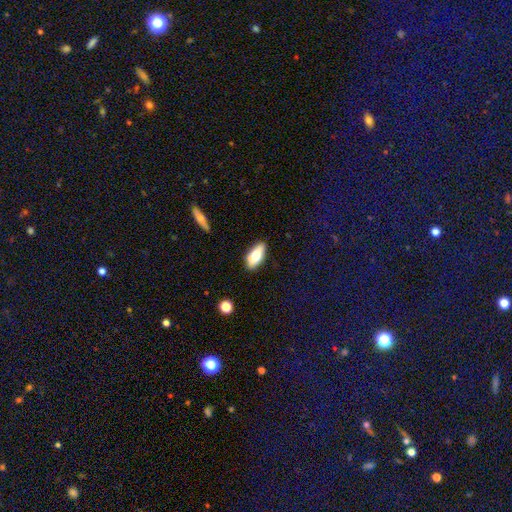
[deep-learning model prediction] Smooth or featured?
  - smooth: 70% *
  - featured or disk: 23%
  - star or artifact: 7%
How rounded?
  - in between: 85% *
  - cigar-shaped: 12%
  - round: 3%
Merging?
  - none: 80% *
  - minor disturbance: 14%
  - merger: 3%
  - major disturbance: 3%